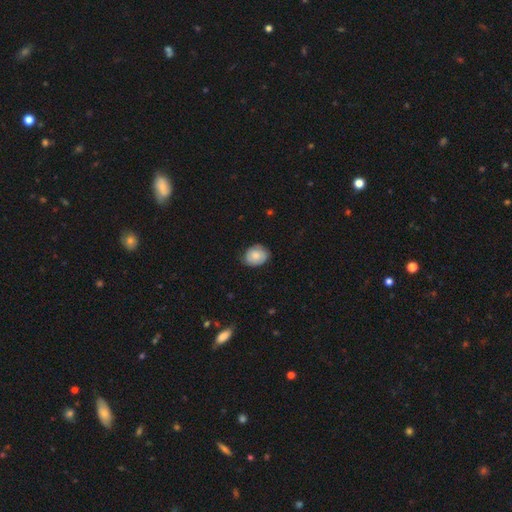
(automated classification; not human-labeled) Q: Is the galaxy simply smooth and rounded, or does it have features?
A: smooth — 74%.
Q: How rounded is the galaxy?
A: in between — 52%.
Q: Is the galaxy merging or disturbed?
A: none — 77%.